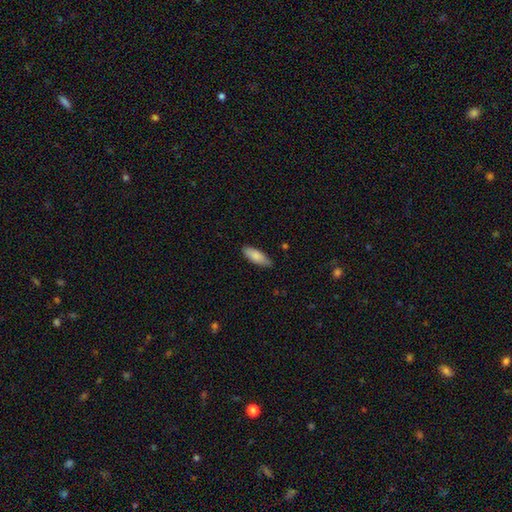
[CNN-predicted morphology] smooth 84%, featured or disk 10%, star or artifact 6%. Down the decision tree: how rounded — in between (69%); merging — none (82%).